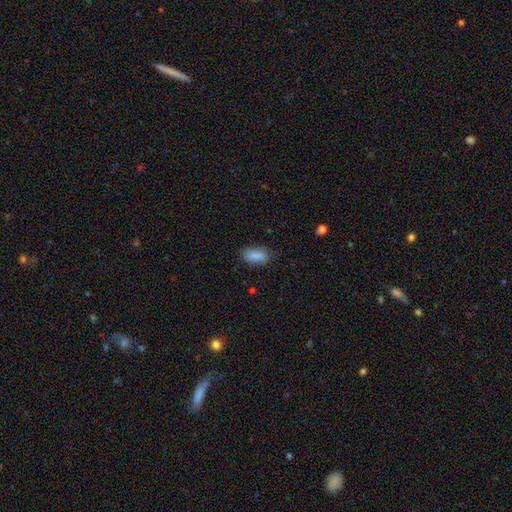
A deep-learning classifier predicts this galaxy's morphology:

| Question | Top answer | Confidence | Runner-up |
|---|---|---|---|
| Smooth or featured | smooth | 86% | star or artifact (7%) |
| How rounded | in between | 87% | cigar-shaped (10%) |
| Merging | none | 78% | minor disturbance (17%) |